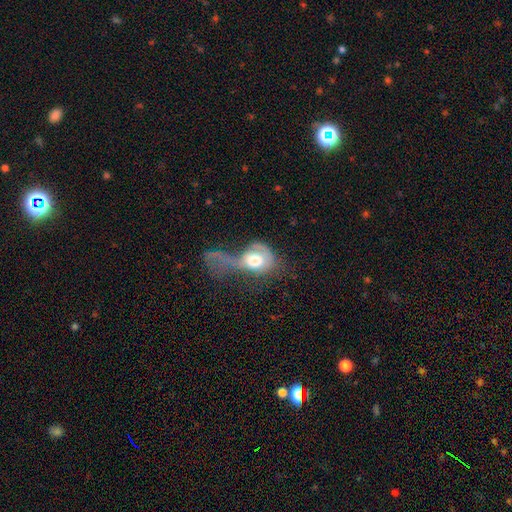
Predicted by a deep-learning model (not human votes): This appears to be a smooth galaxy with no disk features (53%) that is in between round and cigar-shaped (53%). Merging: major disturbance (65%).